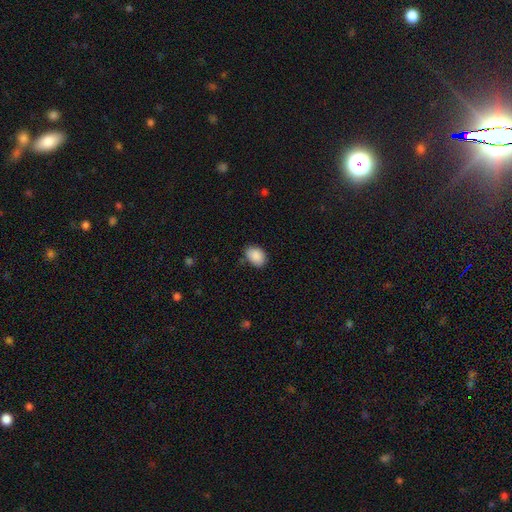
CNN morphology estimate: Smooth or featured? smooth (89%)
How rounded? in between (75%)
Merging? none (77%)